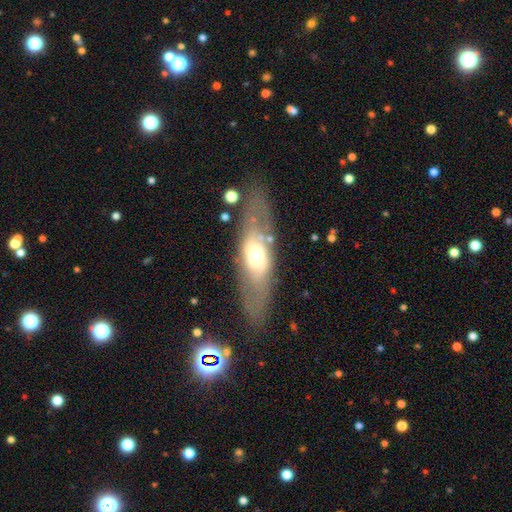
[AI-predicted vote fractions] Smooth or featured: featured or disk — 51% (smooth — 41%)
Edge-on disk: no — 61% (yes — 39%)
Merging: none — 75% (minor disturbance — 14%)